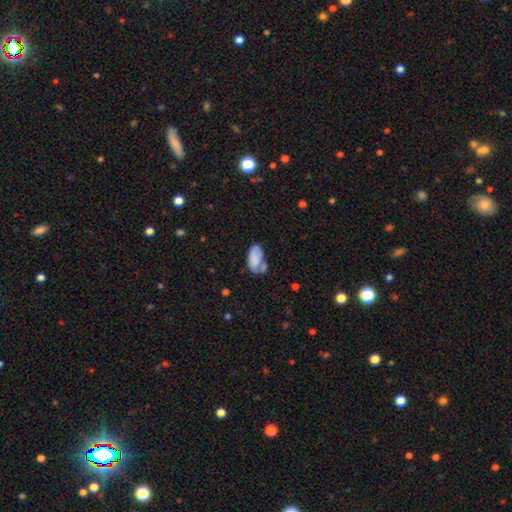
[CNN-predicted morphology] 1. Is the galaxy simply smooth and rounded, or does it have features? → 78% smooth, 14% featured or disk, 8% star or artifact.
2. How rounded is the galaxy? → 93% in between, 4% cigar-shaped, 3% round.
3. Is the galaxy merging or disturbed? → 38% none, 25% minor disturbance, 23% merger, 13% major disturbance.